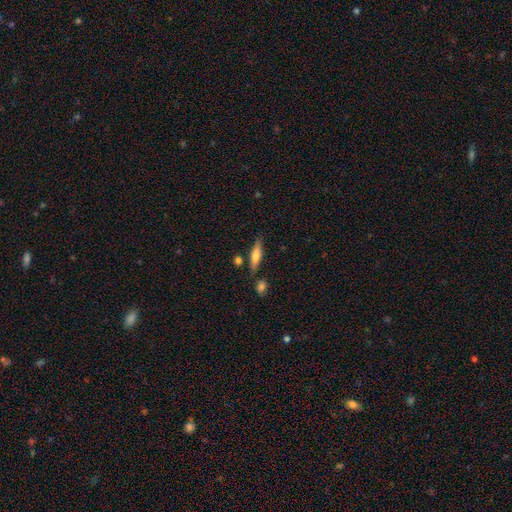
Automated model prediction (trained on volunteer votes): Smooth or featured: smooth — 57% (featured or disk — 37%)
How rounded: cigar-shaped — 72% (in between — 25%)
Merging: none — 77% (minor disturbance — 12%)